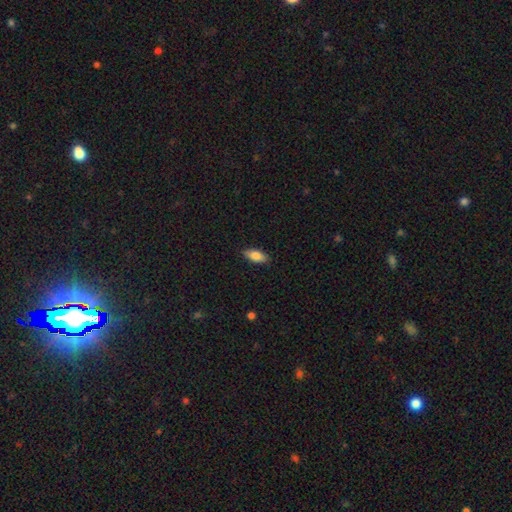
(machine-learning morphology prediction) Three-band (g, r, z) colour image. It shows a smooth galaxy with no disk features (84%) that is in between round and cigar-shaped (85%). Merging: none (88%).